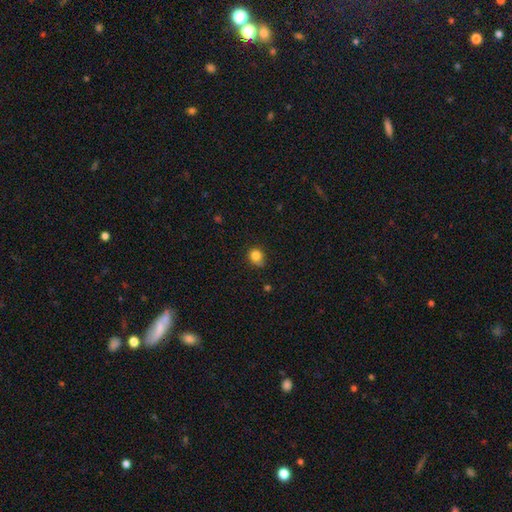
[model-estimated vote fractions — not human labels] Smooth or featured?
  - smooth: 83% *
  - star or artifact: 11%
  - featured or disk: 6%
How rounded?
  - round: 78% *
  - in between: 21%
  - cigar-shaped: 1%
Merging?
  - none: 67% *
  - minor disturbance: 26%
  - major disturbance: 5%
  - merger: 2%